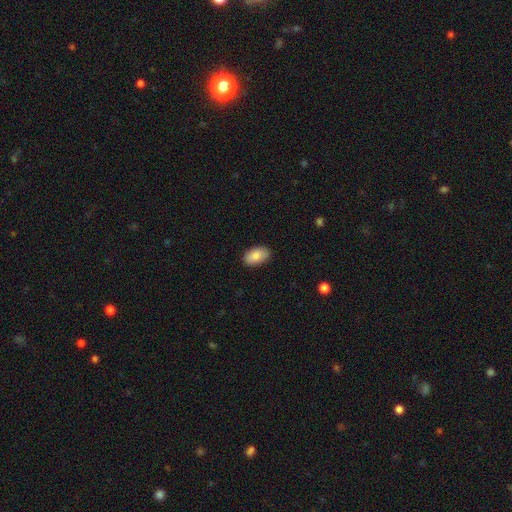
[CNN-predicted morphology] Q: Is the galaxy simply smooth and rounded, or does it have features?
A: smooth — 86%.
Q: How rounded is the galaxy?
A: in between — 94%.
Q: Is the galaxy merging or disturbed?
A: none — 88%.